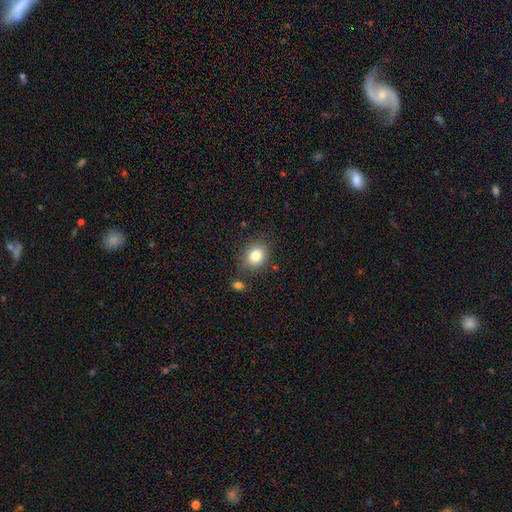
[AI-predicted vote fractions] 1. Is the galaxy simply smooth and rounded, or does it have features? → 81% smooth, 11% star or artifact, 8% featured or disk.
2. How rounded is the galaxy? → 72% round, 27% in between, 1% cigar-shaped.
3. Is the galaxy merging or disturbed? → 81% none, 11% minor disturbance, 5% merger, 3% major disturbance.